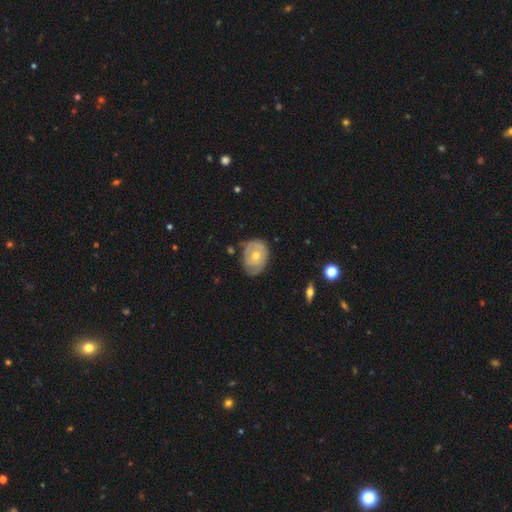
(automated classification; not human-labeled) This appears to be a featured or disk galaxy (65%) with no bar (83%), spiral arms (67%) and a moderate central bulge (59%). Merging: none (65%).